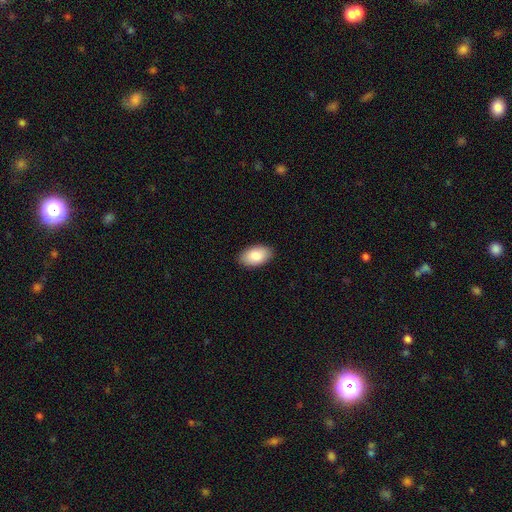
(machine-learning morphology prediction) Q: Smooth or featured?
A: smooth (85%); runner-up: featured or disk (9%)
Q: How rounded?
A: in between (94%); runner-up: round (4%)
Q: Merging?
A: none (89%); runner-up: minor disturbance (8%)